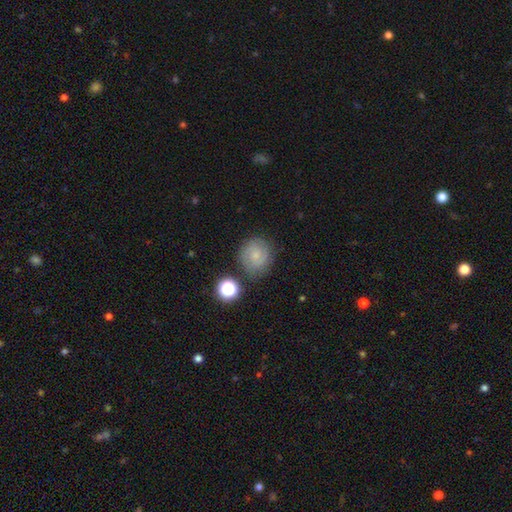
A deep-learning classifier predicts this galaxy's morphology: smooth_or_featured: smooth (p=0.46) [alt: featured or disk p=0.41]
merging: none (p=0.76) [alt: minor disturbance p=0.14]